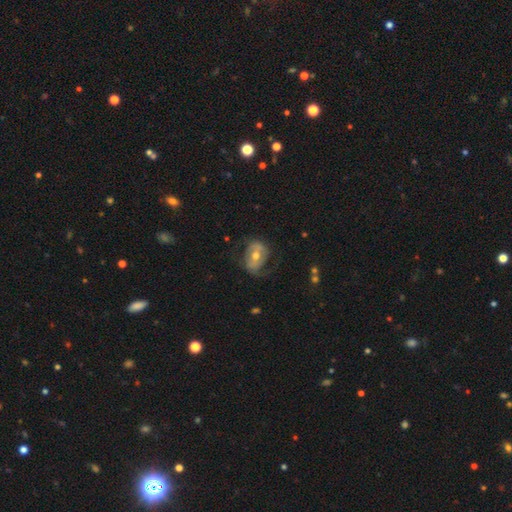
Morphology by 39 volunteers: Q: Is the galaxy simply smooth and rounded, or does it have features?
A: featured or disk — 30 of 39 (77%).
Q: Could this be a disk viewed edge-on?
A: no — 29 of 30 (97%).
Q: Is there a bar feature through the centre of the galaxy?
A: no — 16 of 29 (55%).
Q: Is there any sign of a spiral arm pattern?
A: yes — 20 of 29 (69%).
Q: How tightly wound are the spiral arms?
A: medium — 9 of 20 (45%).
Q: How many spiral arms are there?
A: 2 — 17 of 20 (85%).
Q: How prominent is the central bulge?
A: moderate — 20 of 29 (69%).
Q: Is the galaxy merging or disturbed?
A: none — 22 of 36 (61%).